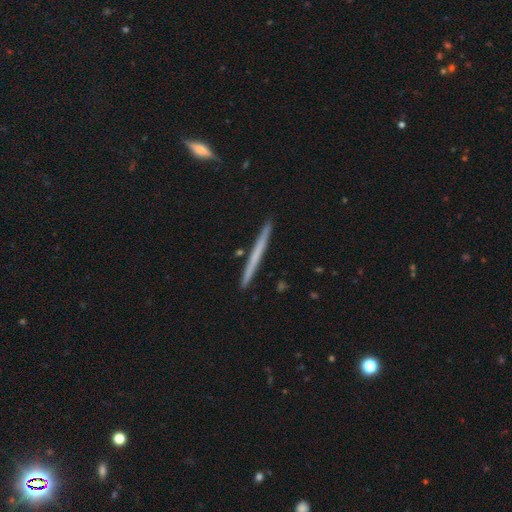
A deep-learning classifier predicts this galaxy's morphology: type=smooth (48%); merging=none (91%).